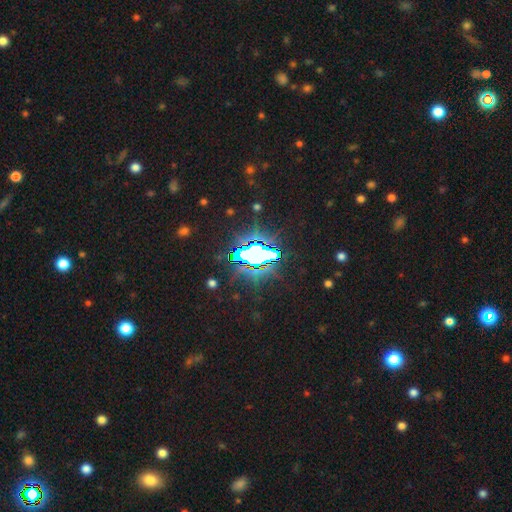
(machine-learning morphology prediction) The model was most divided on "smooth or featured": star or artifact: 73%, smooth: 15%, featured or disk: 12%.